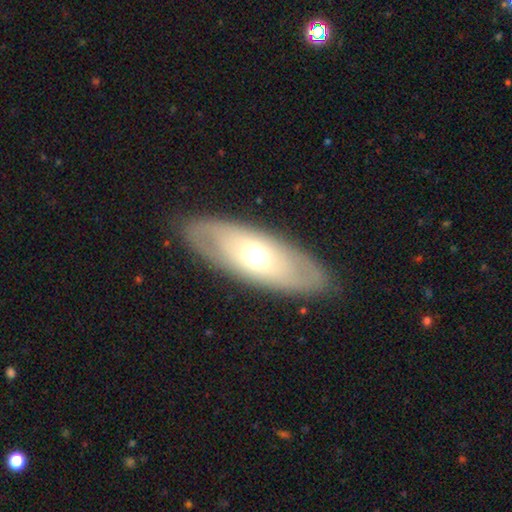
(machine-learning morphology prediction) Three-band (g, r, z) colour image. It shows a featured or disk galaxy (52%). Merging: none (86%).